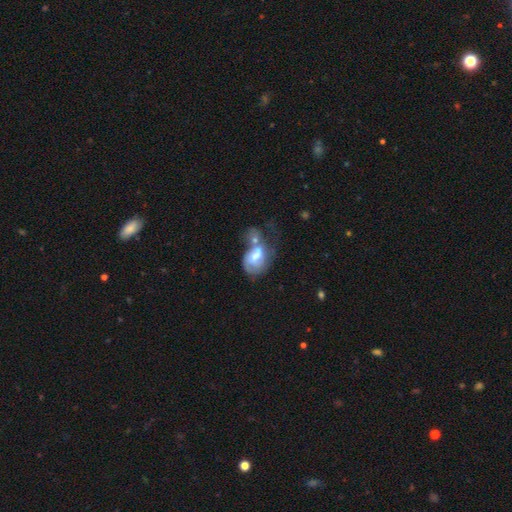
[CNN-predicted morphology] smooth_or_featured: featured or disk (p=0.50) [alt: smooth p=0.42]
merging: merger (p=0.45) [alt: major disturbance p=0.25]